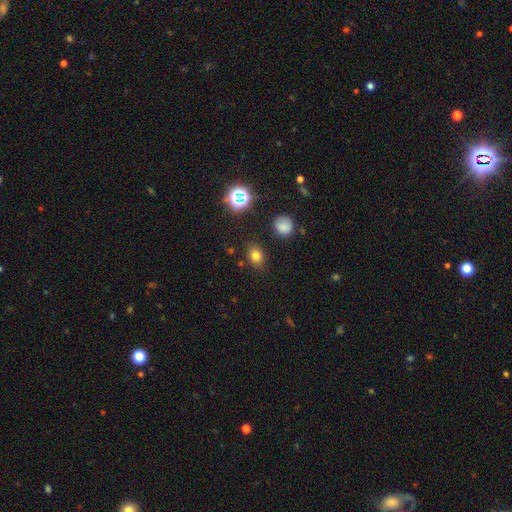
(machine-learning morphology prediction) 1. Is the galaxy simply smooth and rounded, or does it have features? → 73% smooth, 20% star or artifact, 8% featured or disk.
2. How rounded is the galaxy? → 58% in between, 40% round, 1% cigar-shaped.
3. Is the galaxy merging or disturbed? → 84% none, 10% minor disturbance, 3% major disturbance, 3% merger.